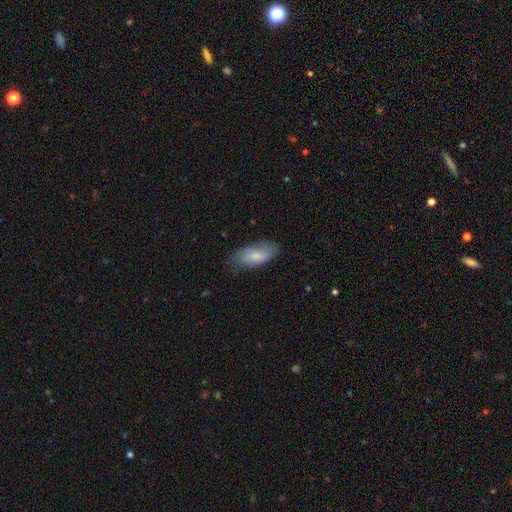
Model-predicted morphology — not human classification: A smooth galaxy with no disk features (77%) that is in between round and cigar-shaped (86%).

Vote fractions:
- Smooth or featured? smooth: 77% / featured or disk: 17% / star or artifact: 6%
- How rounded? in between: 86% / cigar-shaped: 12% / round: 2%
- Merging? none: 71% / minor disturbance: 23% / major disturbance: 5% / merger: 1%